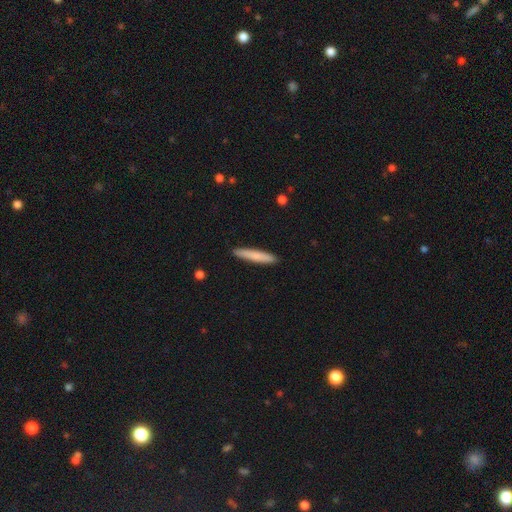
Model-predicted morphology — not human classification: A smooth galaxy with no disk features (77%) that is cigar-shaped (93%). Merging: none (91%).